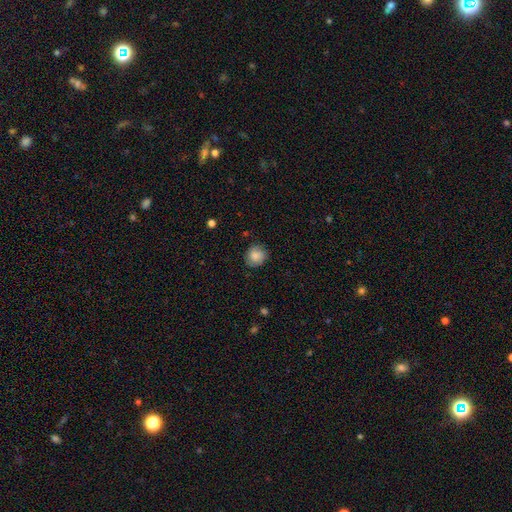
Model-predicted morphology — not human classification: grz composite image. It shows a smooth galaxy with no disk features (81%) that is round (84%). Merging: none (83%).